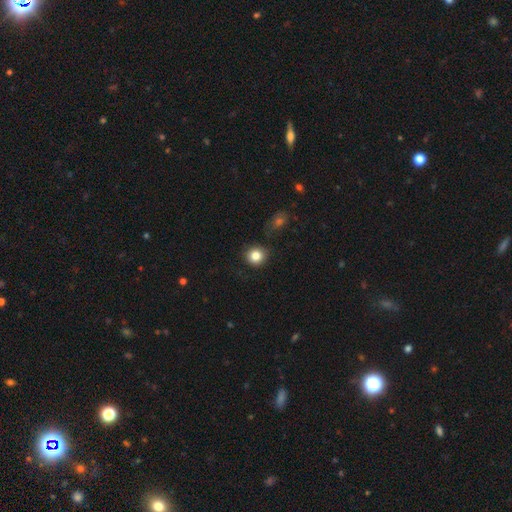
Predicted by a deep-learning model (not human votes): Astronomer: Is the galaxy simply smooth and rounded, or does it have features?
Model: smooth — 83%.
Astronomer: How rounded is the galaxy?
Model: round — 89%.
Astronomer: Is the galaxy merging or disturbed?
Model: none — 85%.